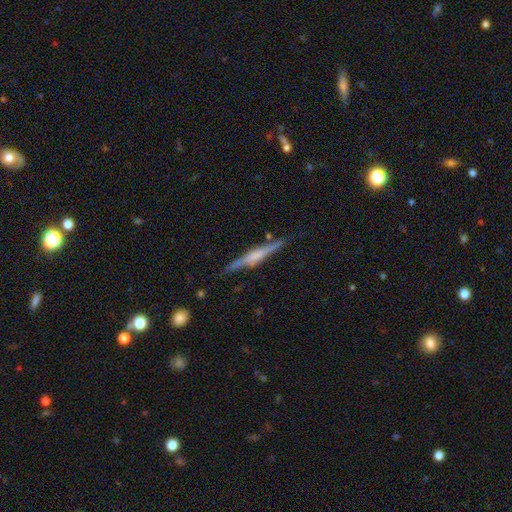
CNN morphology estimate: A featured or disk galaxy (71%) viewed edge-on (97%) with a rounded central bulge (47%).

Vote fractions:
- Smooth or featured? featured or disk: 71% / smooth: 23% / star or artifact: 6%
- Edge-on disk? yes: 97% / no: 3%
- Edge-on bulge? rounded: 47% / boxy: 36% / none: 17%
- Merging? none: 83% / minor disturbance: 12% / major disturbance: 3% / merger: 2%